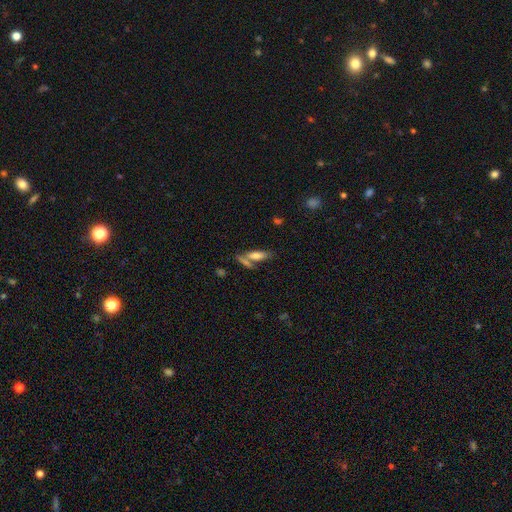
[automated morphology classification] This is likely a smooth galaxy (70%). How rounded: possibly in between (49%). Merging: possibly none (51%).